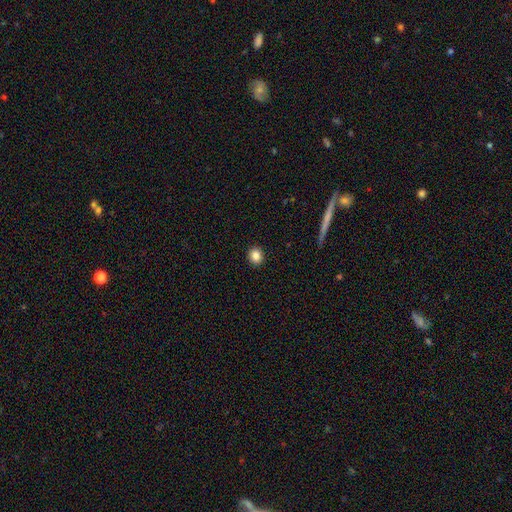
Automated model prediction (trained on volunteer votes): Smooth or featured? Predicted: smooth (p=0.85). How rounded? Predicted: round (p=0.74). Merging? Predicted: none (p=0.92).